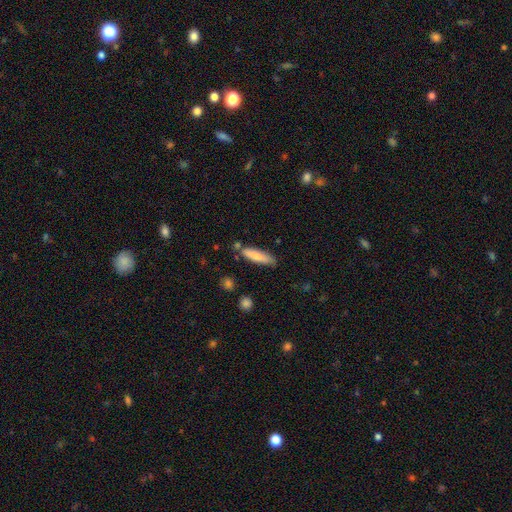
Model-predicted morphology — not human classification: smooth 79%, featured or disk 15%, star or artifact 6%. Down the decision tree: how rounded — cigar-shaped (67%); merging — none (72%).